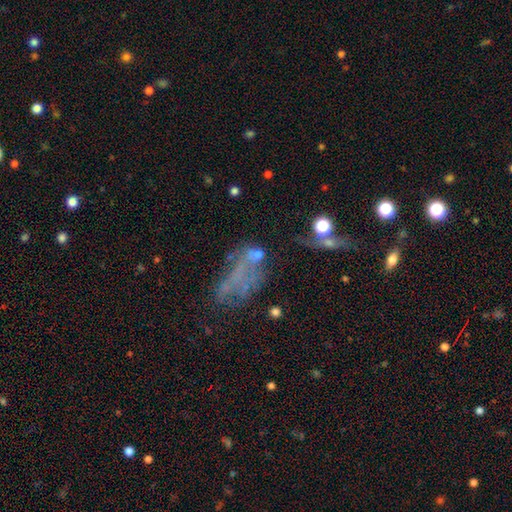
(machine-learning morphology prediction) Smooth or featured: featured or disk — 43% (smooth — 34%)
Merging: none — 35% (major disturbance — 32%)